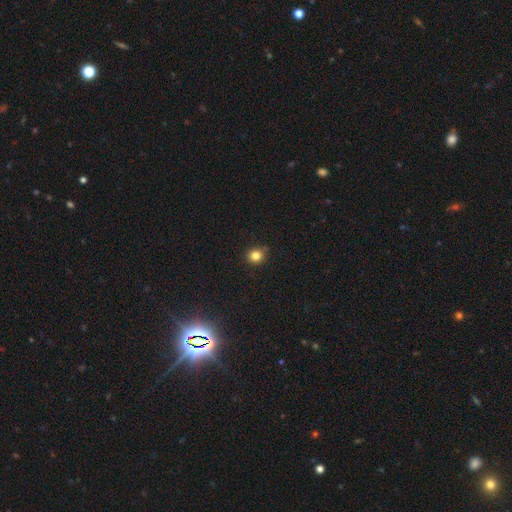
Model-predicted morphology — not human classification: Smooth or featured: smooth — 82% (star or artifact — 13%)
How rounded: round — 87% (in between — 12%)
Merging: none — 87% (minor disturbance — 9%)